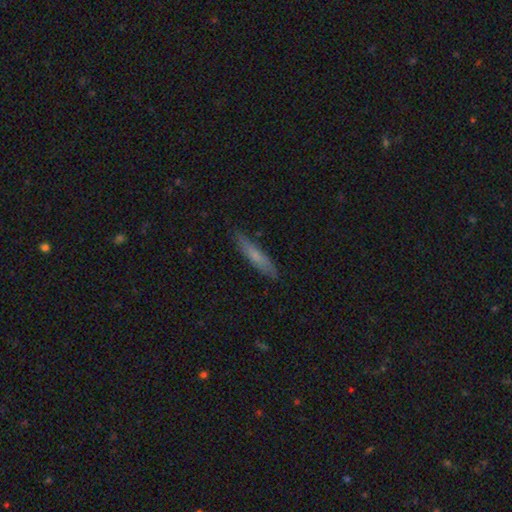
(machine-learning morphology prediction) smooth 64%, featured or disk 30%, star or artifact 6%. Down the decision tree: how rounded — cigar-shaped (89%); merging — none (85%).